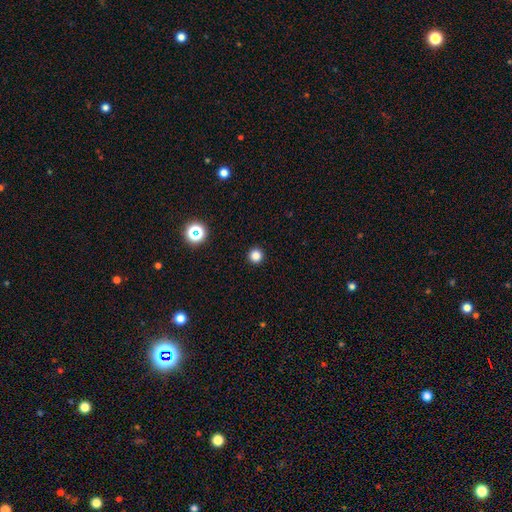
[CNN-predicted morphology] smooth 83%, star or artifact 14%, featured or disk 3%. Down the decision tree: how rounded — round (96%); merging — none (94%).